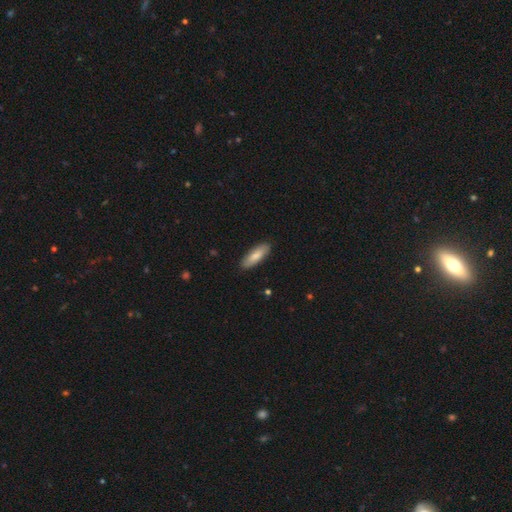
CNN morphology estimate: type=smooth (82%); roundness=in between (59%); merging=none (88%).